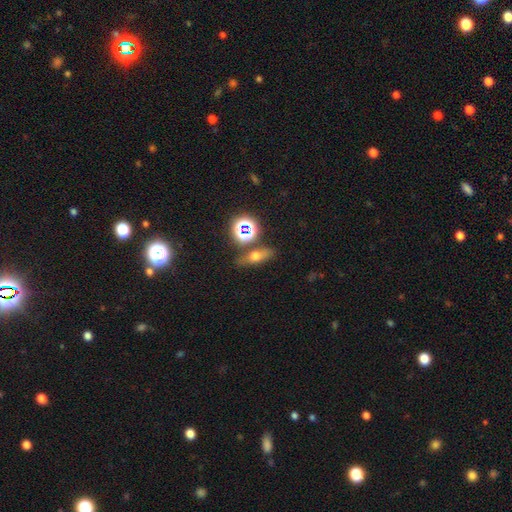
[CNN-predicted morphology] Smooth or featured? Predicted: smooth (p=0.52). How rounded? Predicted: in between (p=0.49). Merging? Predicted: none (p=0.75).